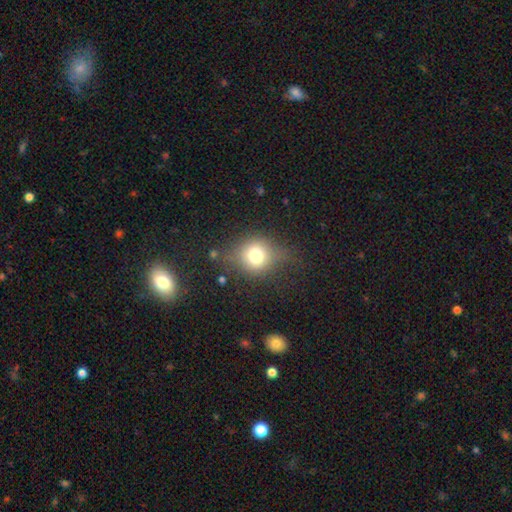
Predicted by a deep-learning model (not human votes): The model was most divided on "merging": none: 63%, minor disturbance: 23%, major disturbance: 12%, merger: 3%. More confident: how rounded — round (70%); smooth or featured — smooth (68%).